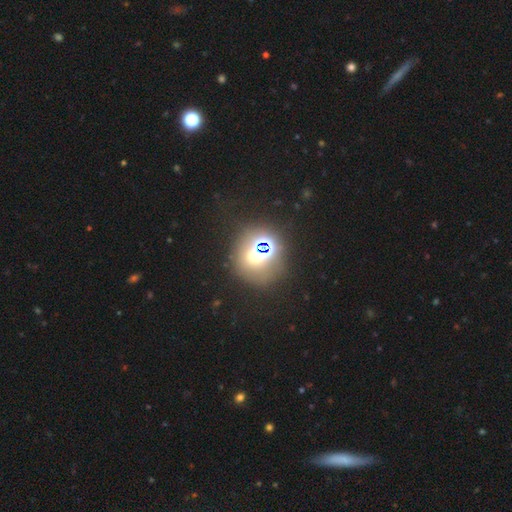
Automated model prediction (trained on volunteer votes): Smooth or featured? star or artifact (47%)